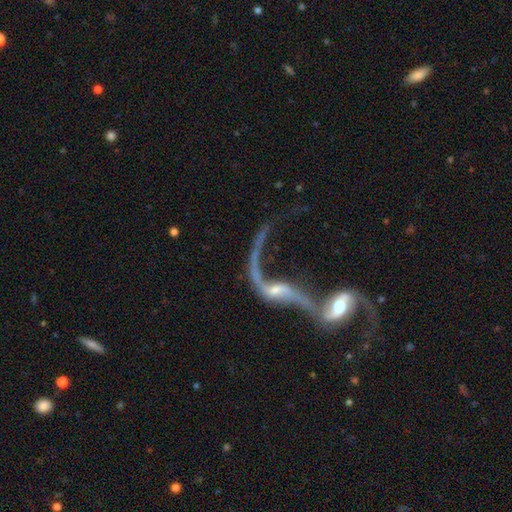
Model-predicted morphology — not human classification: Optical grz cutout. It shows a featured or disk galaxy (80%) with no bar (51%), 2 (66%) loose (91%) spiral arms (79%) and a small central bulge (43%). Merging: merger (69%).